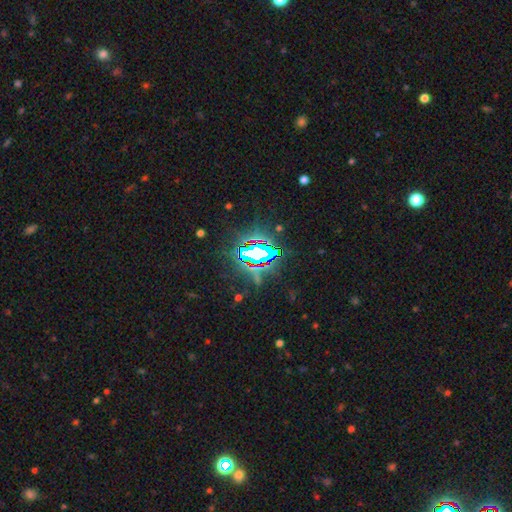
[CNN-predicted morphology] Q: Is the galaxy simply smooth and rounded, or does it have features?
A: star or artifact — 78%.